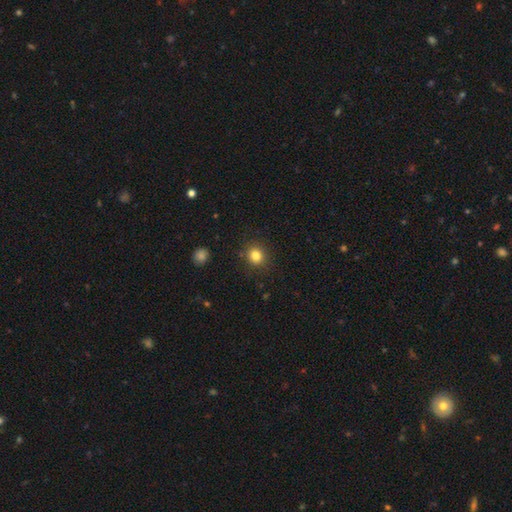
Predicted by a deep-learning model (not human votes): This appears to be a smooth galaxy with no disk features (83%) that is round (83%). Merging: none (89%).